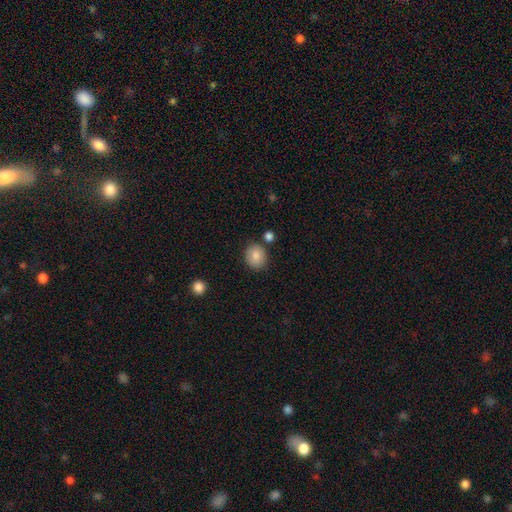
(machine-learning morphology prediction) The model was most divided on "how rounded": round: 69%, in between: 30%, cigar-shaped: 1%. More confident: smooth or featured — smooth (85%); merging — none (81%).